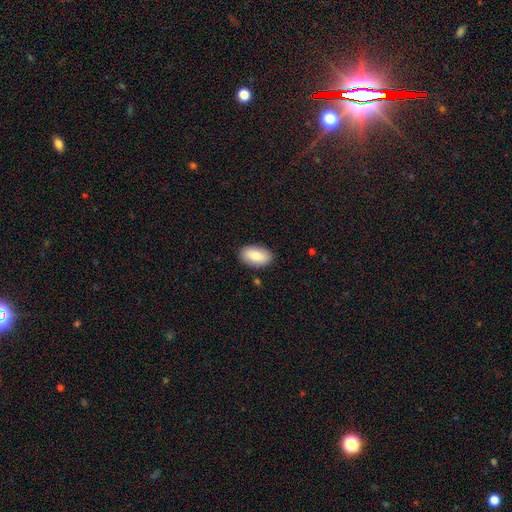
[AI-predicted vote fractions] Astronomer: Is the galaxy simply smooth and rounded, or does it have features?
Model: smooth — 84%.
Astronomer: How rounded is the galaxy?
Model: in between — 94%.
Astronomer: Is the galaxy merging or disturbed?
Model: none — 87%.